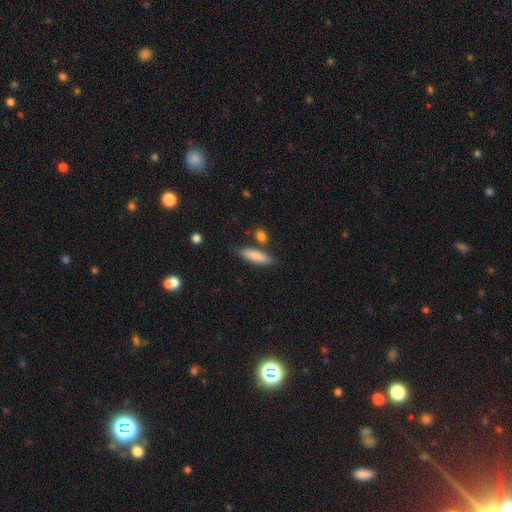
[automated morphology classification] Smooth or featured? Predicted: smooth (p=0.82). How rounded? Predicted: cigar-shaped (p=0.65). Merging? Predicted: none (p=0.75).